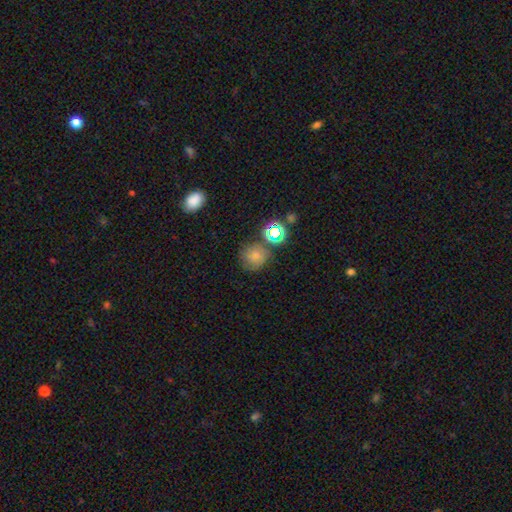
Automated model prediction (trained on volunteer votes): Q: Smooth or featured?
A: smooth (65%); runner-up: star or artifact (20%)
Q: How rounded?
A: round (87%); runner-up: in between (12%)
Q: Merging?
A: none (67%); runner-up: minor disturbance (16%)